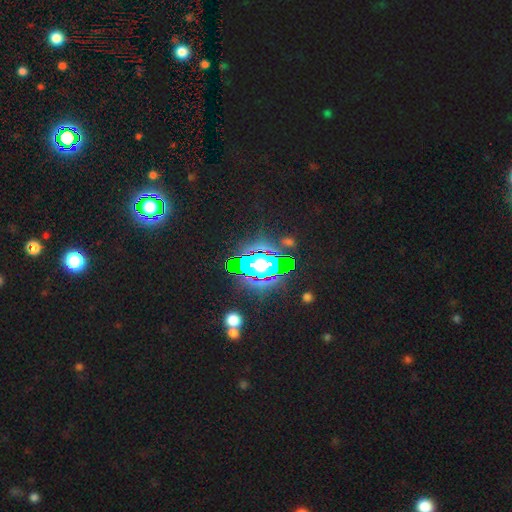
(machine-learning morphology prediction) The model was most divided on "smooth or featured": star or artifact: 81%, smooth: 10%, featured or disk: 9%.